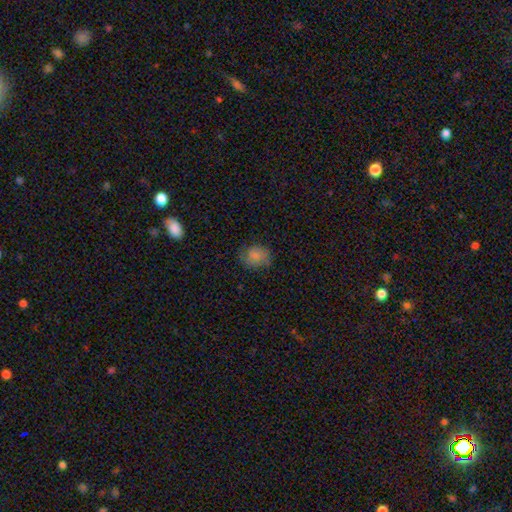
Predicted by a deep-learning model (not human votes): smooth_or_featured: smooth (p=0.81) [alt: star or artifact p=0.11]
how_rounded: round (p=0.61) [alt: in between p=0.38]
merging: none (p=0.67) [alt: minor disturbance p=0.24]